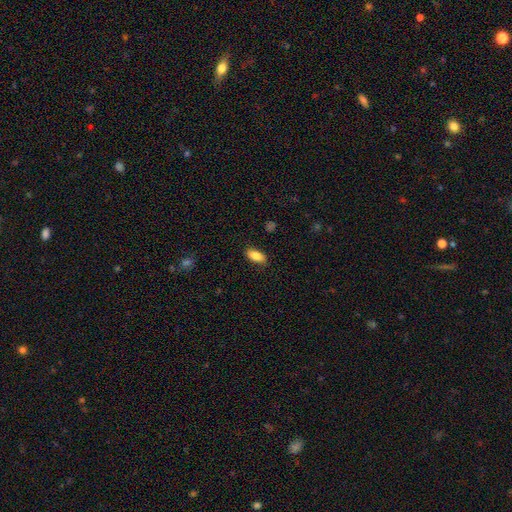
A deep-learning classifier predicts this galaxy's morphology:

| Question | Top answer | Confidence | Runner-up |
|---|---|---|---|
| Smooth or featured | smooth | 87% | star or artifact (7%) |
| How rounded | in between | 89% | cigar-shaped (9%) |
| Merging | none | 86% | minor disturbance (10%) |